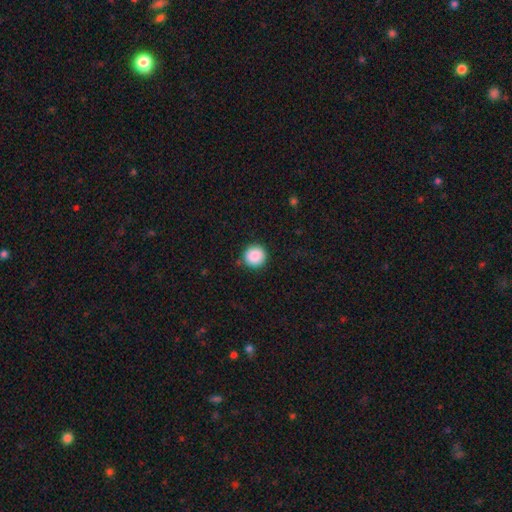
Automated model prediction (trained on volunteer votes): The model was most divided on "smooth or featured": smooth: 89%, star or artifact: 8%, featured or disk: 3%. More confident: how rounded — round (95%); merging — none (89%).